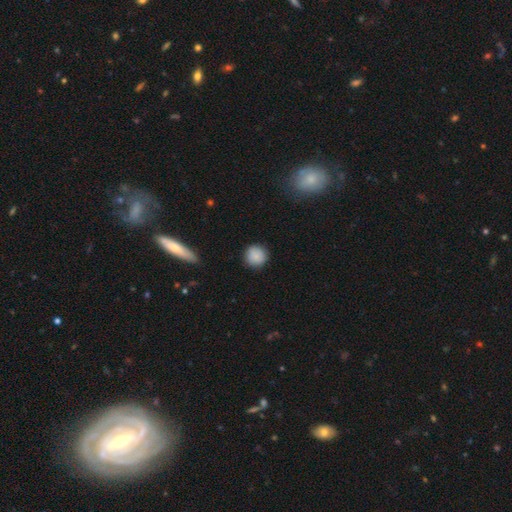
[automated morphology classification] The model was most divided on "smooth or featured": smooth: 88%, star or artifact: 8%, featured or disk: 4%. More confident: how rounded — round (94%); merging — none (89%).